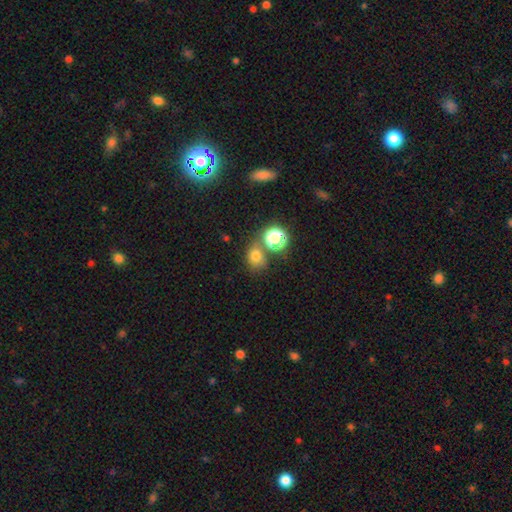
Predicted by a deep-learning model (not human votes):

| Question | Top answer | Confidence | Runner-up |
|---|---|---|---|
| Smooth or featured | smooth | 71% | star or artifact (21%) |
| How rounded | round | 69% | in between (30%) |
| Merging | none | 63% | merger (20%) |